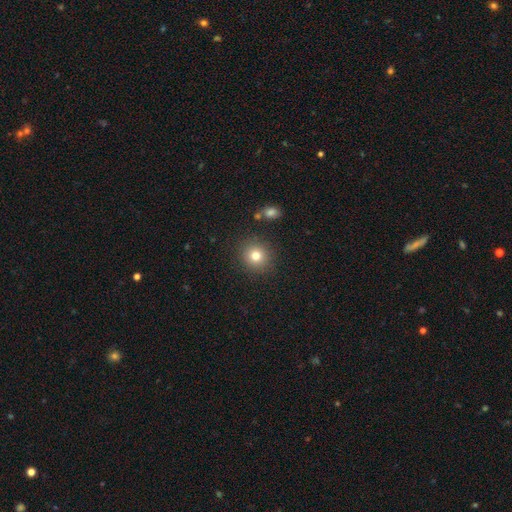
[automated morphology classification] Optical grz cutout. It shows a smooth galaxy with no disk features (79%) that is round (91%). Merging: none (88%).